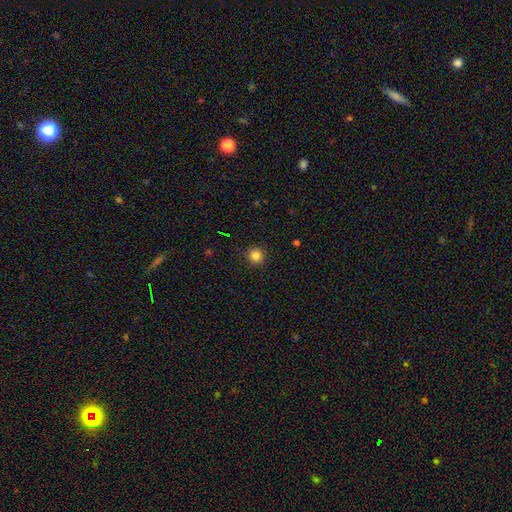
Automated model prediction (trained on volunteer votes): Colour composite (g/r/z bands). It shows a smooth galaxy with no disk features (83%) that is round (95%). Merging: none (92%).